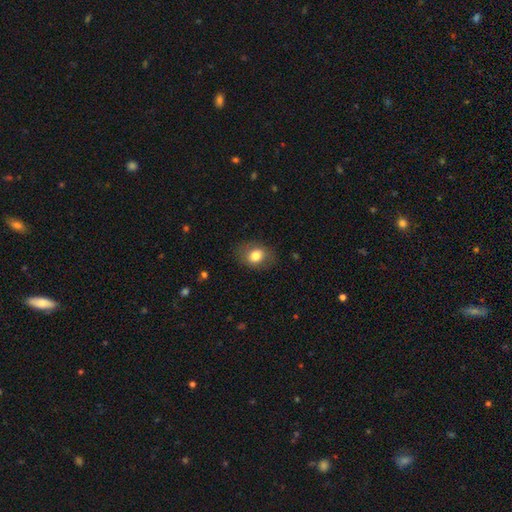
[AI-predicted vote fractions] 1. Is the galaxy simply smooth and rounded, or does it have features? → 78% smooth, 13% featured or disk, 9% star or artifact.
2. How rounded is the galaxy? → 61% in between, 38% round, 1% cigar-shaped.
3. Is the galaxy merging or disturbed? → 80% none, 14% minor disturbance, 5% major disturbance, 1% merger.